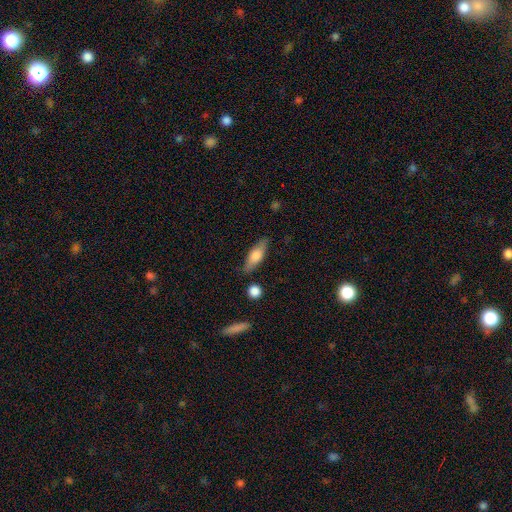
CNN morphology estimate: This is likely a smooth galaxy (66%). How rounded: possibly in between (59%). Merging: likely none (78%).